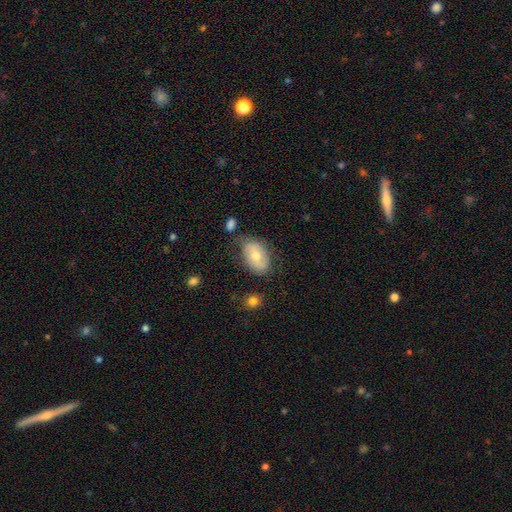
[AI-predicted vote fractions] Morphology: type=smooth (63%); roundness=in between (88%); merging=none (64%).